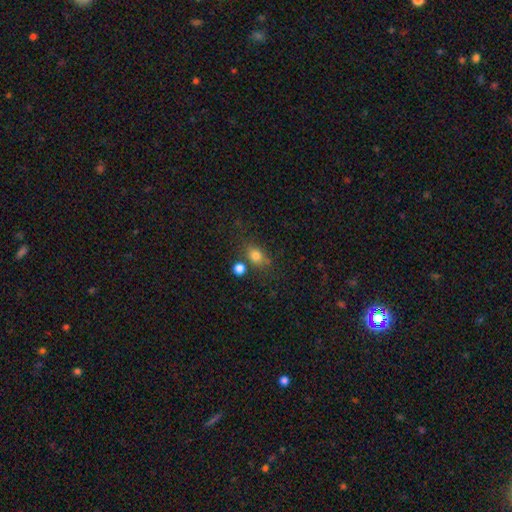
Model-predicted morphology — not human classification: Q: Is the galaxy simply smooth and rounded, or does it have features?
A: smooth — 78%.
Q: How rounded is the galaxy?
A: in between — 50%.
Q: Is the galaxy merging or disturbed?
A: none — 65%.